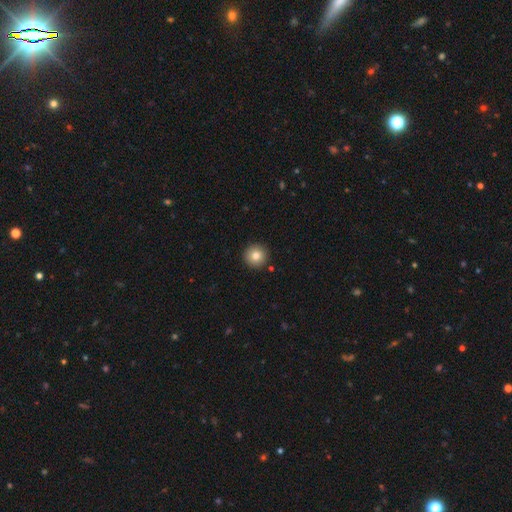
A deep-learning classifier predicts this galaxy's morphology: Smooth or featured? smooth (81%)
How rounded? round (96%)
Merging? none (92%)